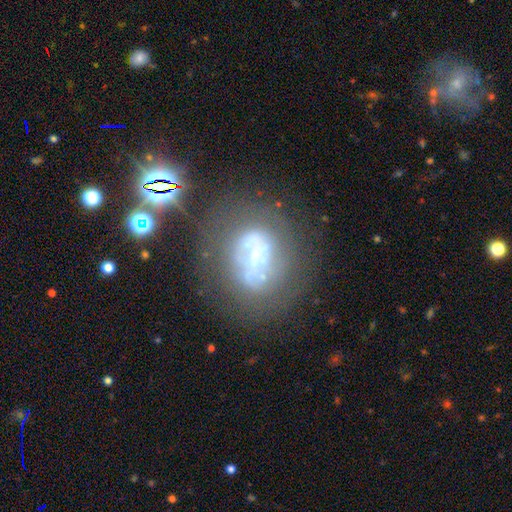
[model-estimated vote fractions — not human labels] This appears to be a featured or disk galaxy (61%) with no bar (70%), no spiral arms (79%) and no central bulge (46%). Merging: none (45%).